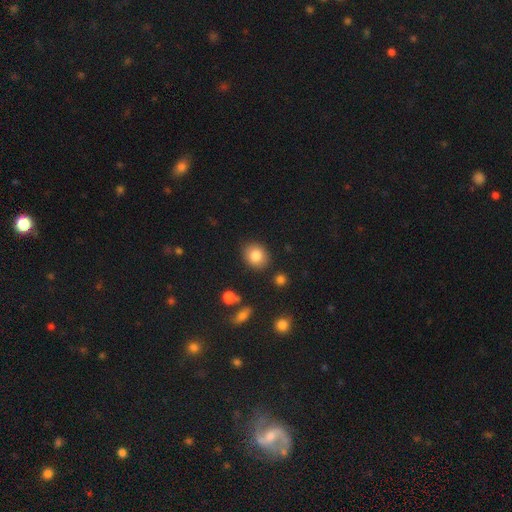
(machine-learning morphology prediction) This is clearly a smooth galaxy (83%). How rounded: likely round (63%). Merging: clearly none (87%).